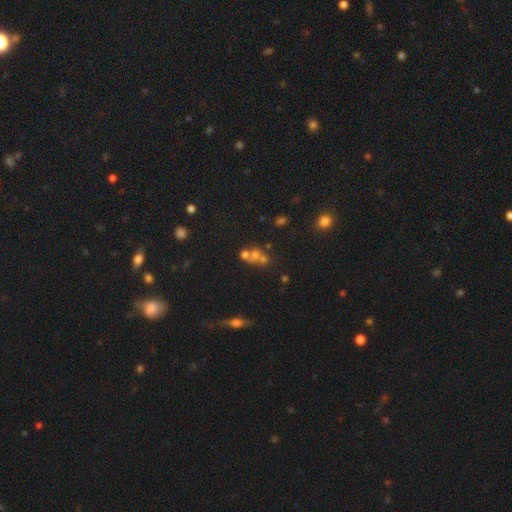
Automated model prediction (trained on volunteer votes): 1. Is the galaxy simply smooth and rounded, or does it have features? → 50% smooth, 26% featured or disk, 24% star or artifact.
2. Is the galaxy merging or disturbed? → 52% merger, 35% none, 8% minor disturbance, 5% major disturbance.